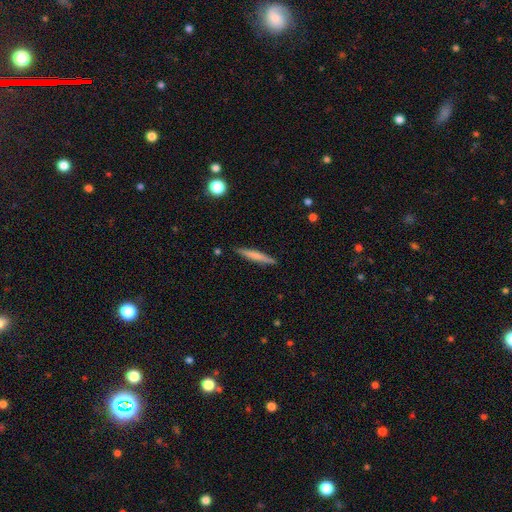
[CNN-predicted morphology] Smooth or featured: smooth — 64% (featured or disk — 30%)
How rounded: cigar-shaped — 94% (in between — 5%)
Merging: none — 88% (minor disturbance — 8%)